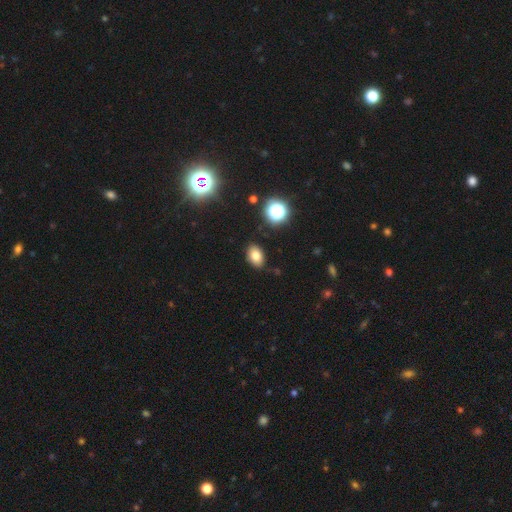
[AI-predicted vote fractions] Smooth or featured? smooth (78%)
How rounded? in between (83%)
Merging? none (86%)